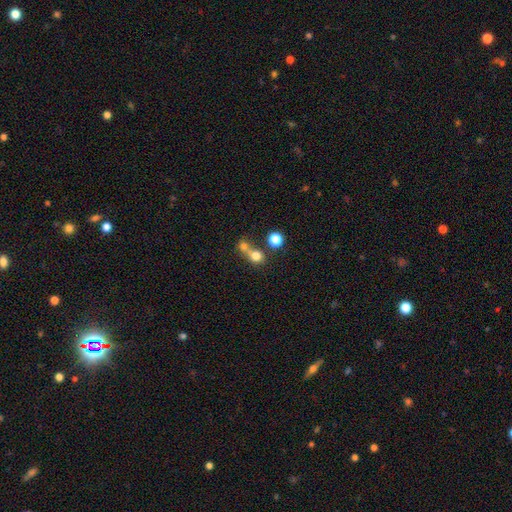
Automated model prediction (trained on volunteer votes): Smooth or featured? Predicted: smooth (p=0.73). How rounded? Predicted: round (p=0.81). Merging? Predicted: merger (p=0.51).